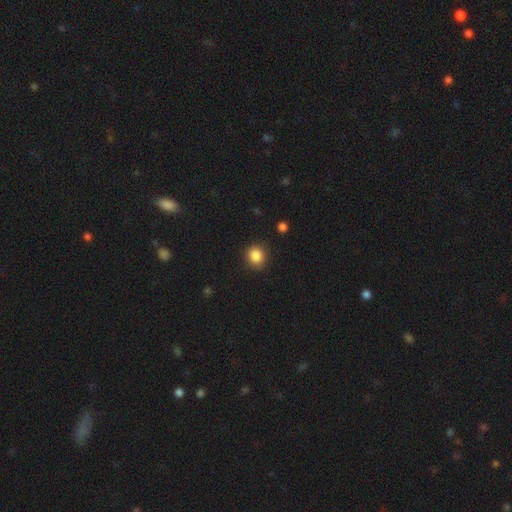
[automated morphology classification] This appears to be a smooth galaxy with no disk features (86%) that is round (86%). Merging: none (87%).